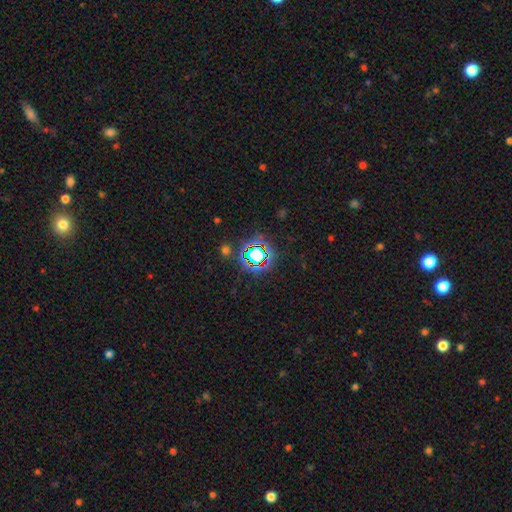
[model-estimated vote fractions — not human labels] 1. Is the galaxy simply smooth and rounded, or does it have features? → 67% star or artifact, 22% smooth, 12% featured or disk.